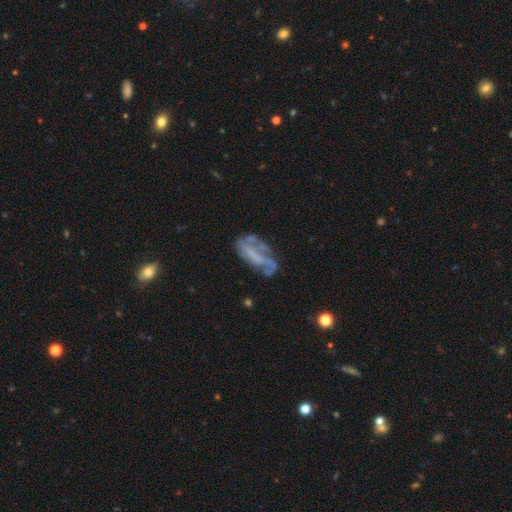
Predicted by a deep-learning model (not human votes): featured or disk 69%, smooth 21%, star or artifact 10%. Down the decision tree: edge-on disk — no (91%); bar — no (49%); spiral arms — yes (58%); bulge size — none (66%); merging — none (42%).